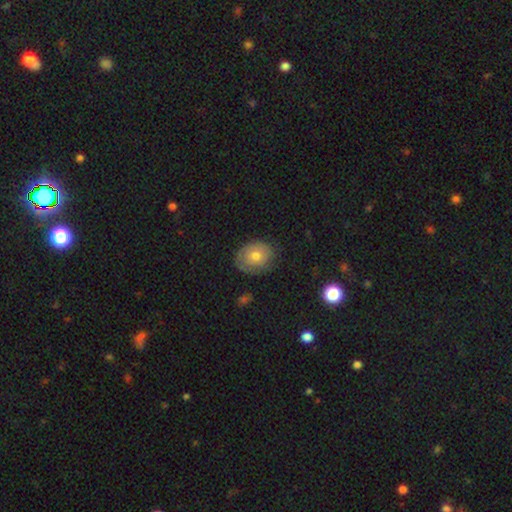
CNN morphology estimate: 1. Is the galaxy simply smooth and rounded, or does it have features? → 48% smooth, 43% featured or disk, 9% star or artifact.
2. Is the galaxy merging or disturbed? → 70% none, 21% minor disturbance, 7% major disturbance, 1% merger.